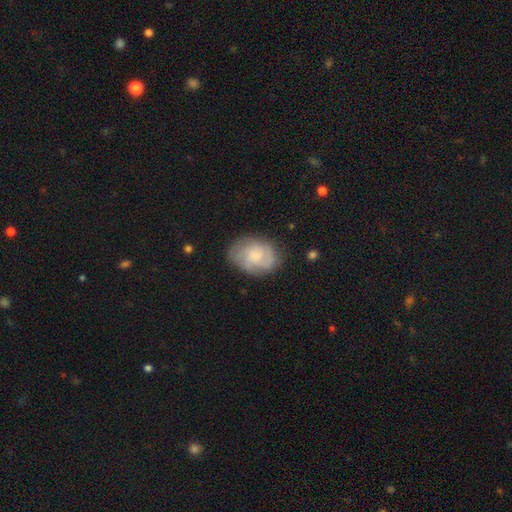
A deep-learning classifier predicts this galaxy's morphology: This appears to be a featured or disk galaxy (47%). Merging: none (72%).